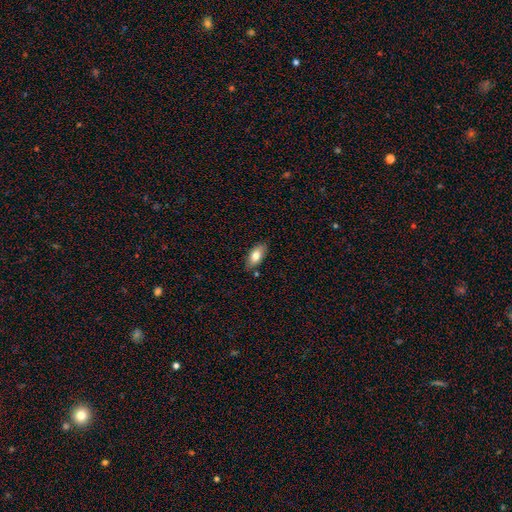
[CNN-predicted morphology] smooth_or_featured: smooth (p=0.76) [alt: featured or disk p=0.17]
how_rounded: in between (p=0.90) [alt: cigar-shaped p=0.06]
merging: none (p=0.83) [alt: minor disturbance p=0.12]